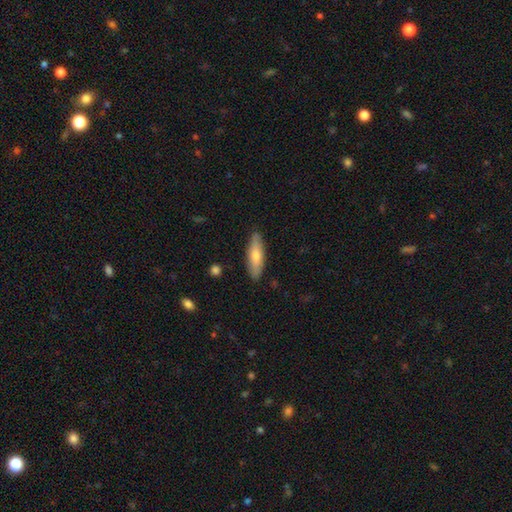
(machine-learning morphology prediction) Smooth or featured: smooth — 66% (featured or disk — 28%)
How rounded: cigar-shaped — 56% (in between — 42%)
Merging: none — 87% (minor disturbance — 10%)